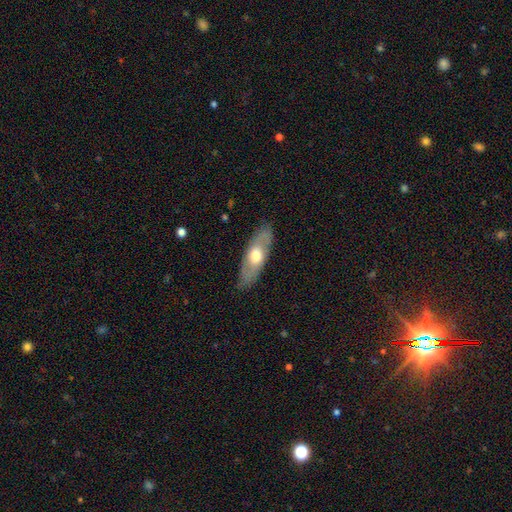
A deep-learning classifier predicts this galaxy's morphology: smooth 51%, featured or disk 43%, star or artifact 5%. Down the decision tree: how rounded — in between (67%); merging — none (83%).